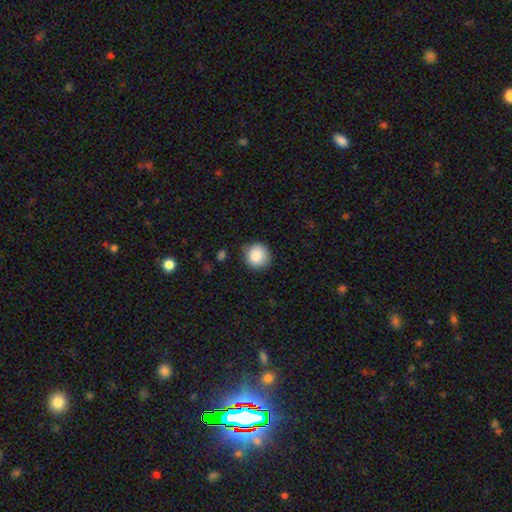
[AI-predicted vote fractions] The model was most divided on "merging": none: 84%, minor disturbance: 12%, major disturbance: 3%, merger: 2%. More confident: how rounded — round (93%); smooth or featured — smooth (87%).